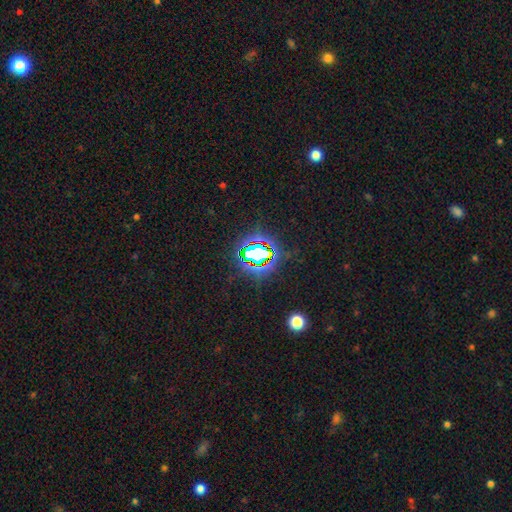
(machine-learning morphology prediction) smooth-or-featured: star or artifact: 78% | smooth: 13% | featured or disk: 9%